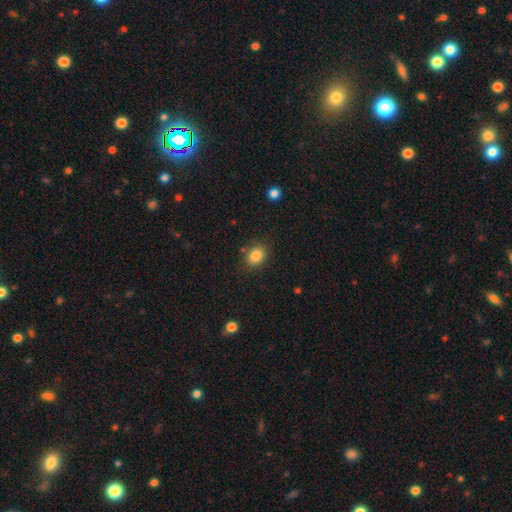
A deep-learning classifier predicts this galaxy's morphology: Smooth or featured? smooth (85%)
How rounded? round (50%)
Merging? none (83%)